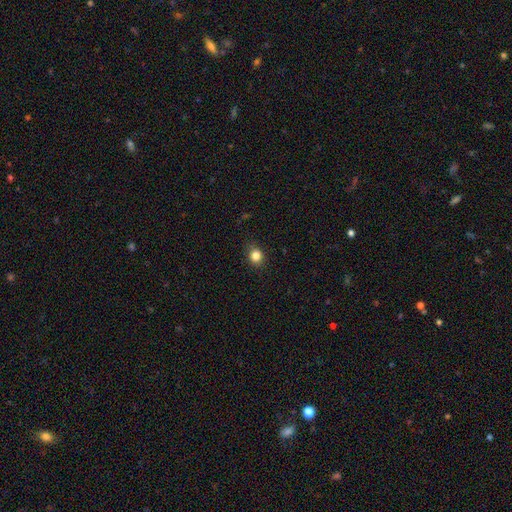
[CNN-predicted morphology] Smooth or featured? Predicted: smooth (p=0.83). How rounded? Predicted: round (p=0.72). Merging? Predicted: none (p=0.85).